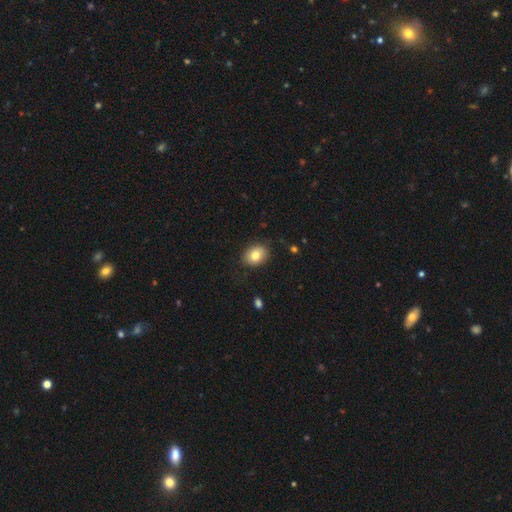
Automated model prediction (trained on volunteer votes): Morphology: type=smooth (80%); roundness=in between (64%); merging=none (84%).